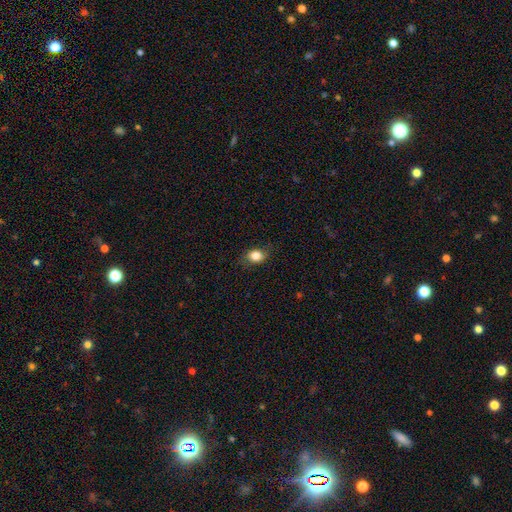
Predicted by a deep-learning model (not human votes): The model was most divided on "how rounded": in between: 63%, round: 36%, cigar-shaped: 1%. More confident: smooth or featured — smooth (83%); merging — none (79%).